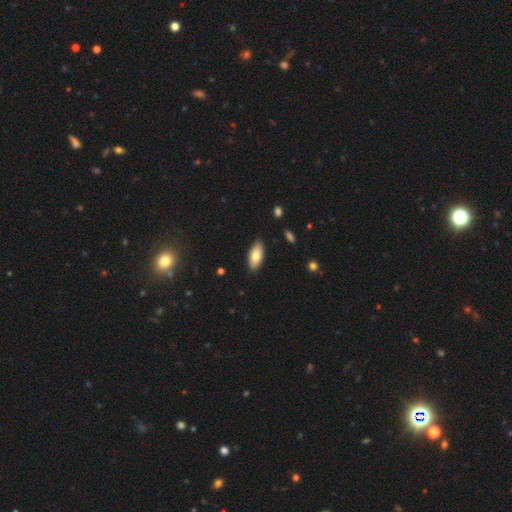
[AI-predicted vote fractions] Q: Smooth or featured?
A: smooth (79%); runner-up: featured or disk (15%)
Q: How rounded?
A: in between (87%); runner-up: cigar-shaped (11%)
Q: Merging?
A: none (87%); runner-up: minor disturbance (10%)